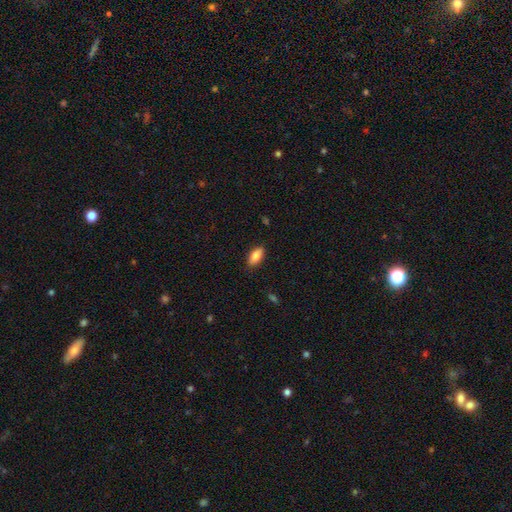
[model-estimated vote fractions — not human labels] Morphology: type=smooth (86%); roundness=in between (89%); merging=none (86%).